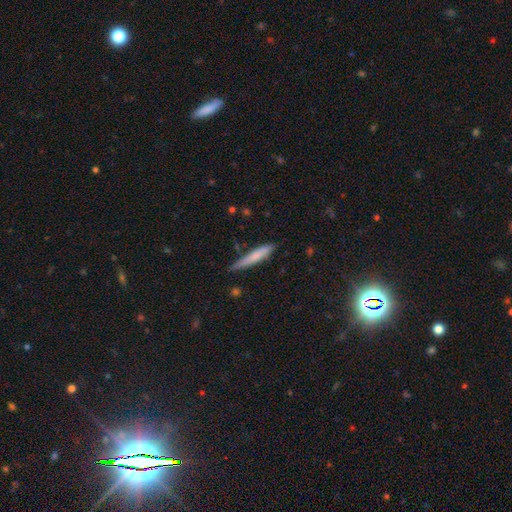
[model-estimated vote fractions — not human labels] smooth 69%, featured or disk 25%, star or artifact 6%. Down the decision tree: how rounded — cigar-shaped (92%); merging — none (72%).